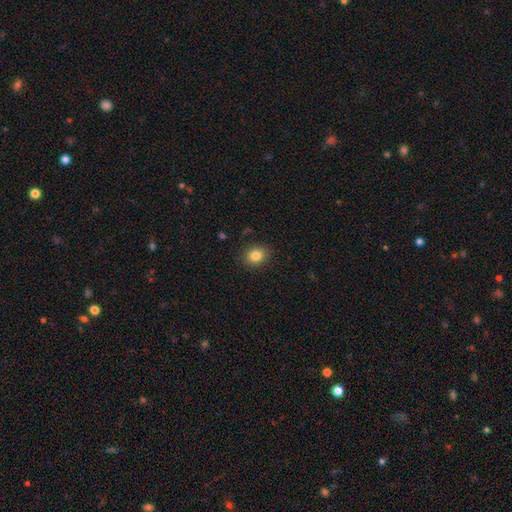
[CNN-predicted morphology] Overall: smooth (83%). How rounded: round (62%; in between 37%). Merging: none (88%).